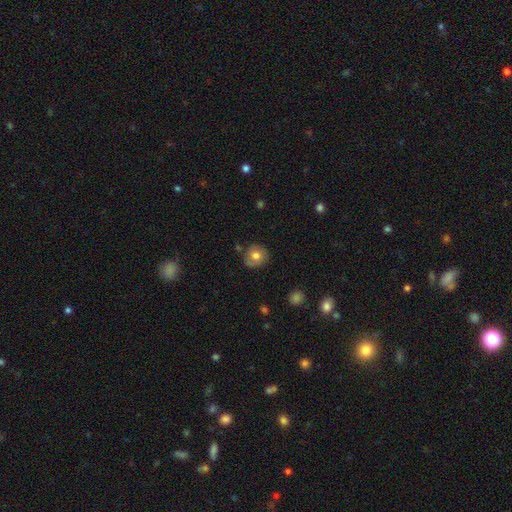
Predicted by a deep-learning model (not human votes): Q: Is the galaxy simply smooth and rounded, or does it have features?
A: smooth — 72%.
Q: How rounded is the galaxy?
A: round — 87%.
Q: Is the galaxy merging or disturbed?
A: none — 78%.